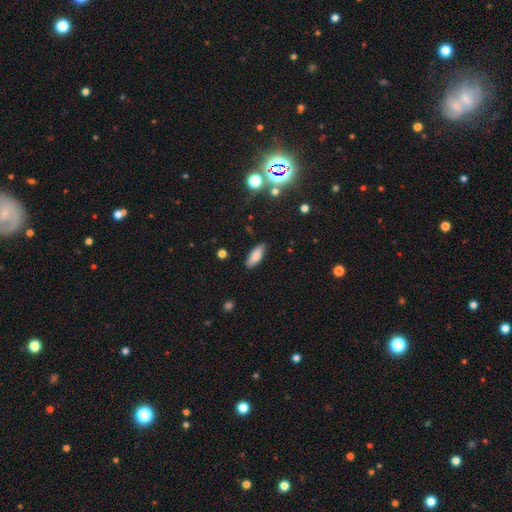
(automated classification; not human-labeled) smooth_or_featured: smooth (p=0.82) [alt: featured or disk p=0.10]
how_rounded: in between (p=0.77) [alt: cigar-shaped p=0.21]
merging: none (p=0.84) [alt: minor disturbance p=0.12]